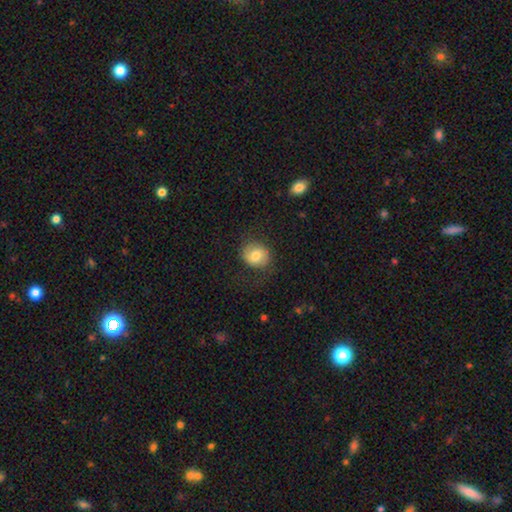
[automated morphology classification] smooth-or-featured: smooth: 73% | featured or disk: 19% | star or artifact: 8%
  how-rounded: round: 72% | in between: 27% | cigar-shaped: 1%
  merging: none: 72% | minor disturbance: 17% | major disturbance: 10% | merger: 1%